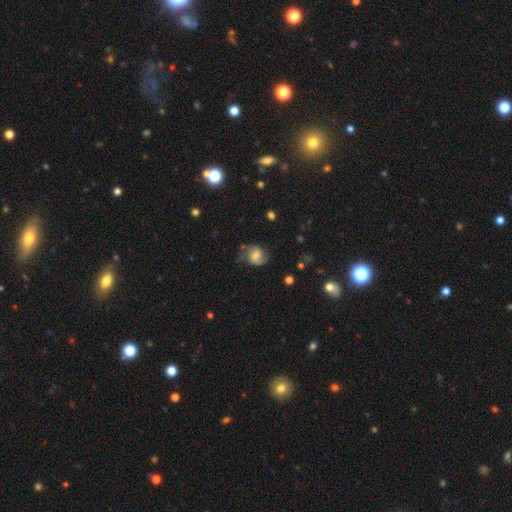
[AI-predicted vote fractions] This is possibly a featured or disk galaxy (57%). It is clearly not viewed edge-on (97%). Bar: possibly no (51%). Spiral arm pattern: clearly yes (87%). Central bulge: possibly moderate (53%). Merging: possibly none (60%).